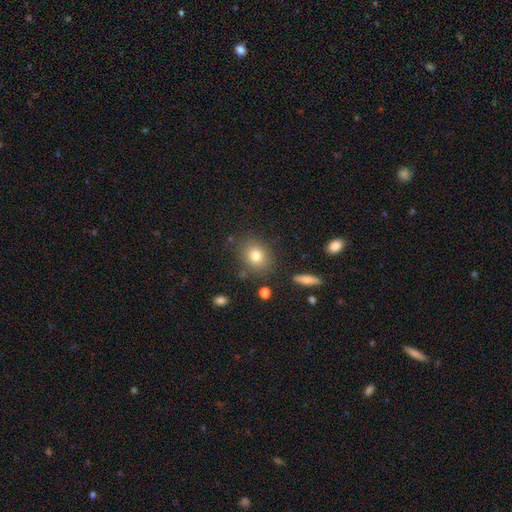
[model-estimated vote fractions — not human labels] smooth-or-featured: smooth: 78% | star or artifact: 12% | featured or disk: 10%
  how-rounded: round: 59% | in between: 40% | cigar-shaped: 1%
  merging: none: 82% | minor disturbance: 11% | major disturbance: 4% | merger: 3%